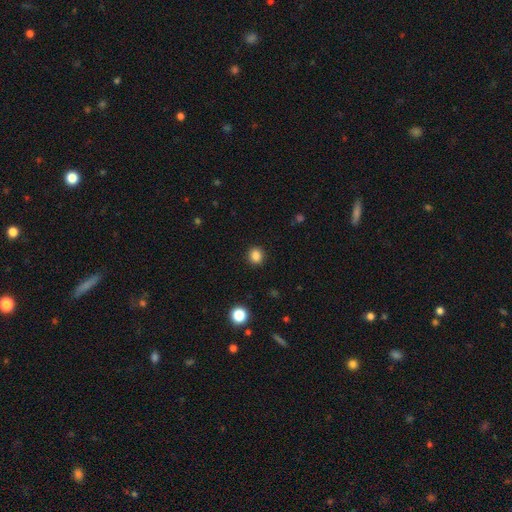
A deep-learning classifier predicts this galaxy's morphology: Smooth or featured? smooth (86%)
How rounded? round (81%)
Merging? none (91%)